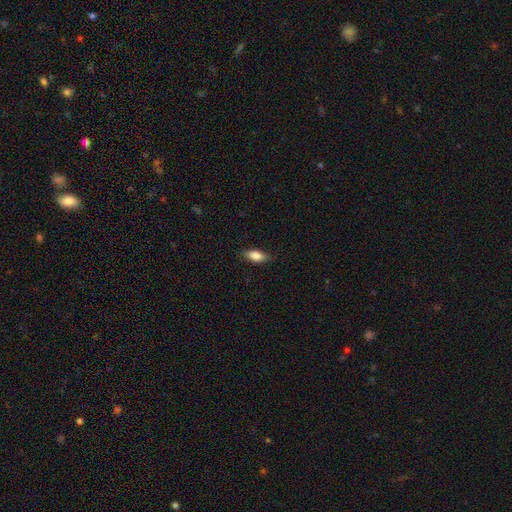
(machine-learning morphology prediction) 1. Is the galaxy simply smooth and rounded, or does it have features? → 82% smooth, 11% featured or disk, 7% star or artifact.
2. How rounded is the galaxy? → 82% in between, 15% cigar-shaped, 3% round.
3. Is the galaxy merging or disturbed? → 84% none, 12% minor disturbance, 2% major disturbance, 1% merger.